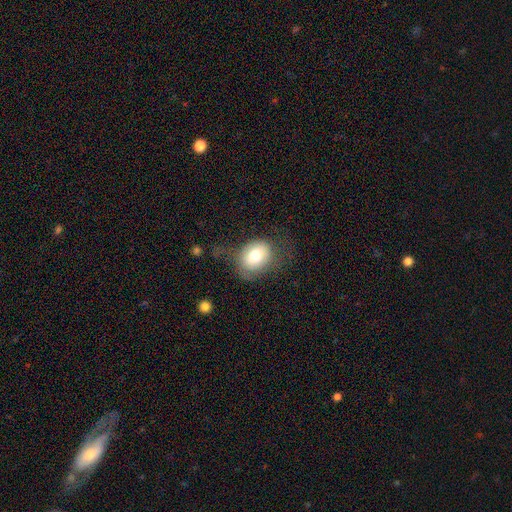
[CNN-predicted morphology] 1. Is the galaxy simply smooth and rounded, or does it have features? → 72% smooth, 19% featured or disk, 9% star or artifact.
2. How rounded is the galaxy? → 54% in between, 45% round, 1% cigar-shaped.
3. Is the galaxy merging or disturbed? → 53% none, 25% minor disturbance, 20% major disturbance, 2% merger.